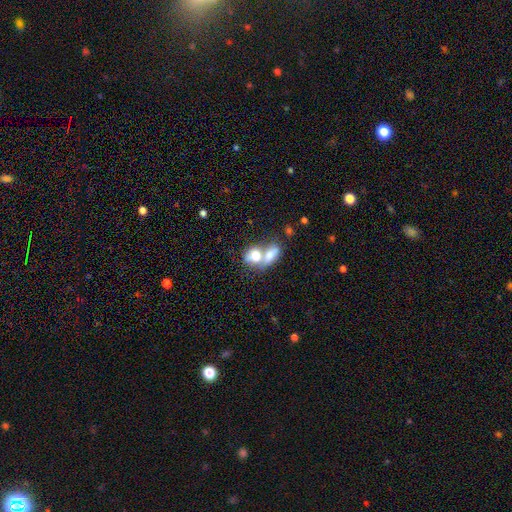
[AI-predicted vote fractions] This appears to be a smooth galaxy with no disk features (70%) that is in between round and cigar-shaped (69%). Merging: merger (77%).